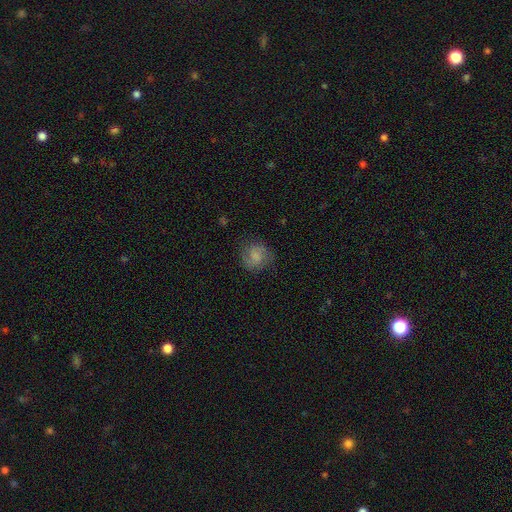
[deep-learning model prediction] This is likely a smooth galaxy (61%). How rounded: likely round (78%). Merging: likely none (71%).